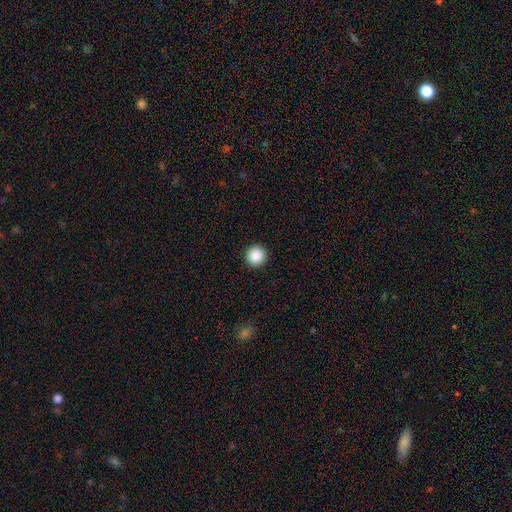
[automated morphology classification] Q: Smooth or featured?
A: smooth (88%); runner-up: star or artifact (9%)
Q: How rounded?
A: round (95%); runner-up: in between (4%)
Q: Merging?
A: none (93%); runner-up: minor disturbance (4%)